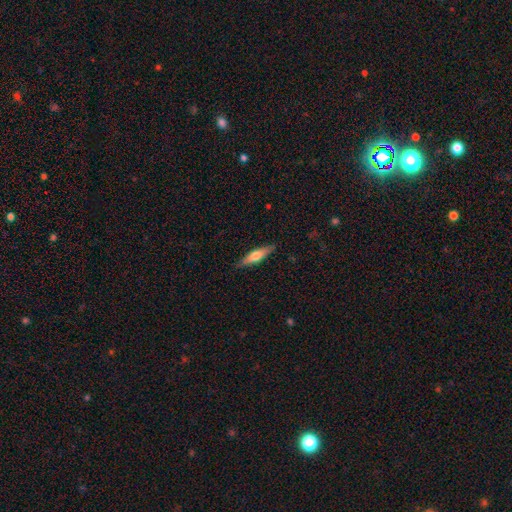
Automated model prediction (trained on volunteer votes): smooth-or-featured: smooth: 51% | featured or disk: 44% | star or artifact: 6%
  how-rounded: cigar-shaped: 75% | in between: 23% | round: 2%
  merging: none: 88% | minor disturbance: 9% | major disturbance: 2% | merger: 1%